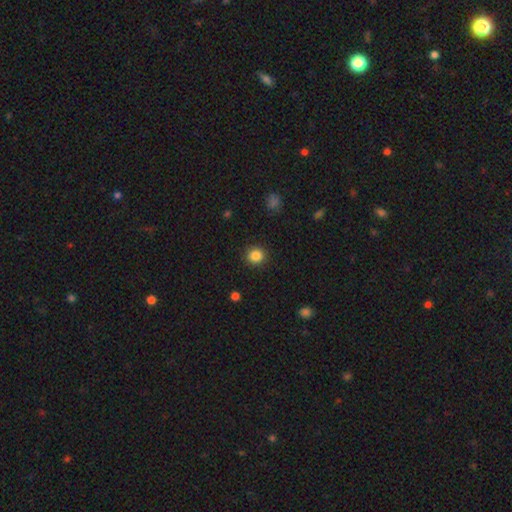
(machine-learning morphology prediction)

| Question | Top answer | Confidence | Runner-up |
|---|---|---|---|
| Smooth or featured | smooth | 85% | star or artifact (11%) |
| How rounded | round | 91% | in between (9%) |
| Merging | none | 91% | minor disturbance (6%) |